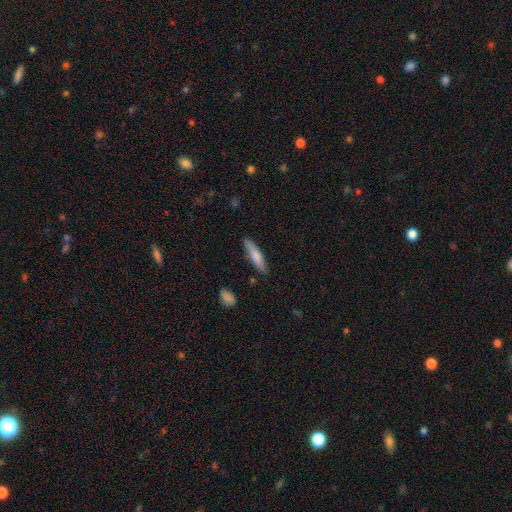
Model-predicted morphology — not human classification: Smooth or featured?
  - smooth: 72% *
  - featured or disk: 22%
  - star or artifact: 6%
How rounded?
  - cigar-shaped: 79% *
  - in between: 20%
  - round: 2%
Merging?
  - none: 82% *
  - minor disturbance: 13%
  - major disturbance: 3%
  - merger: 2%